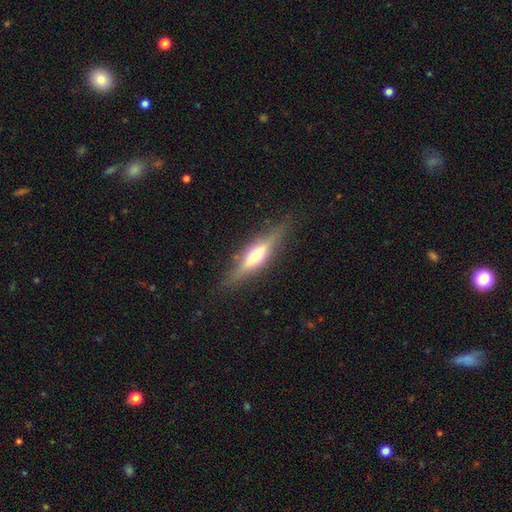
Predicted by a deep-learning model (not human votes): Smooth or featured? Predicted: featured or disk (p=0.69). Edge-on disk? Predicted: yes (p=0.95). Edge-on bulge? Predicted: rounded (p=0.88). Merging? Predicted: none (p=0.85).